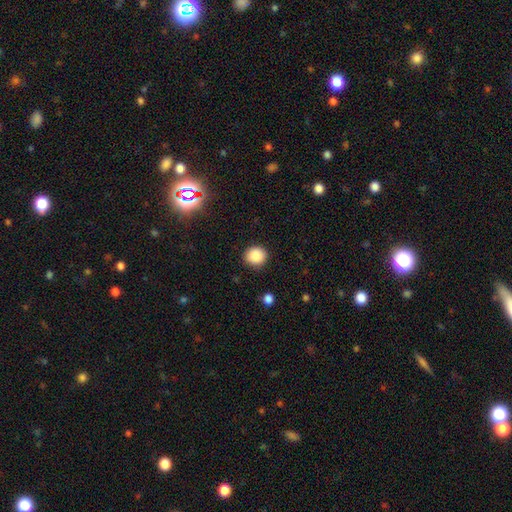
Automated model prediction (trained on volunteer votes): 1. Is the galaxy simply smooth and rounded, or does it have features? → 87% smooth, 10% star or artifact, 3% featured or disk.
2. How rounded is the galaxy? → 88% round, 11% in between, 1% cigar-shaped.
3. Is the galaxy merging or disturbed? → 90% none, 7% minor disturbance, 2% major disturbance, 1% merger.